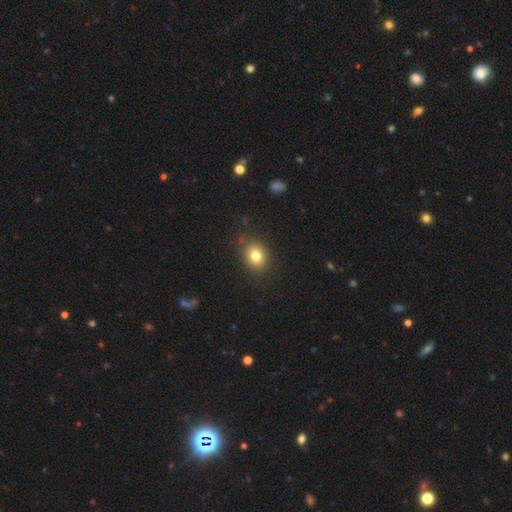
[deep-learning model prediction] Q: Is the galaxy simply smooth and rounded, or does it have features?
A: smooth — 80%.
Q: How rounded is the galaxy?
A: round — 54%.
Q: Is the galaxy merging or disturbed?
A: none — 84%.